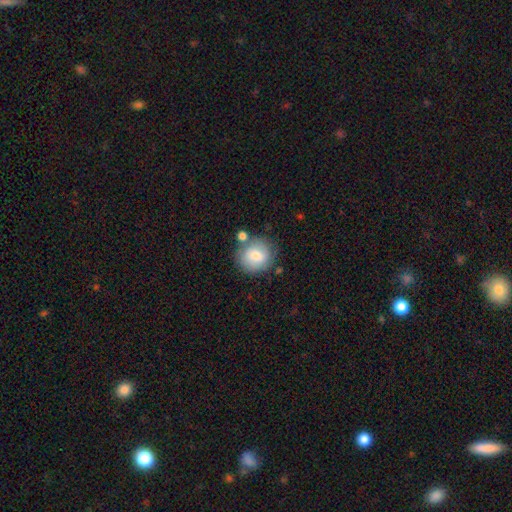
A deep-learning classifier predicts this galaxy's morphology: This is likely a smooth galaxy (73%). How rounded: clearly round (85%). Merging: likely none (68%).